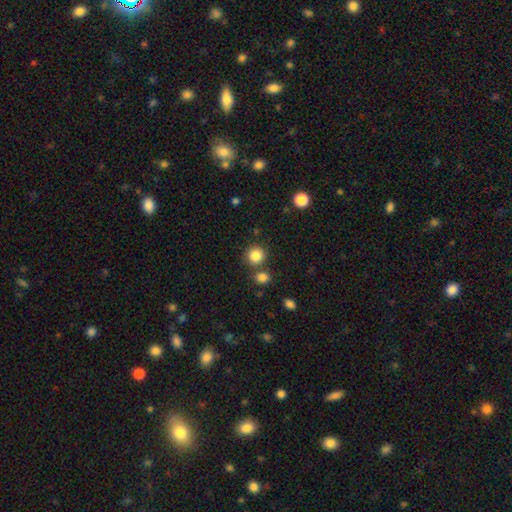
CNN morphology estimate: Q: Smooth or featured?
A: smooth (85%); runner-up: star or artifact (10%)
Q: How rounded?
A: round (90%); runner-up: in between (9%)
Q: Merging?
A: none (76%); runner-up: merger (12%)